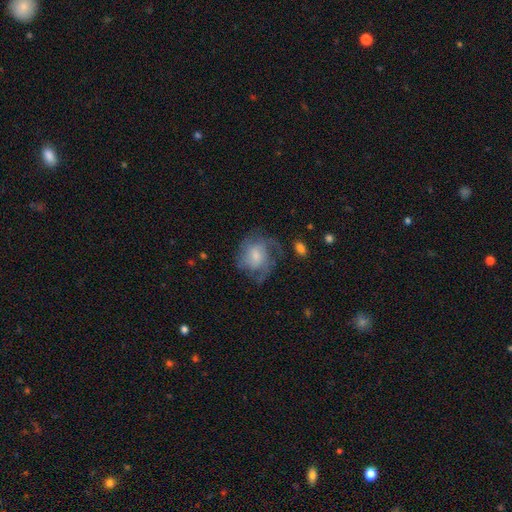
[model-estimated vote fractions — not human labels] Smooth or featured? Predicted: featured or disk (p=0.61). Edge-on disk? Predicted: no (p=0.97). Bar? Predicted: no (p=0.61). Spiral arms? Predicted: yes (p=0.82). Bulge size? Predicted: small (p=0.43). Merging? Predicted: none (p=0.53).